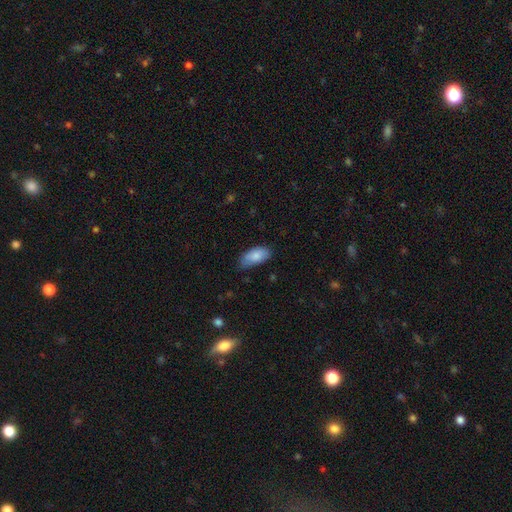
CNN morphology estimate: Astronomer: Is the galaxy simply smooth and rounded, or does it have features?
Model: smooth — 84%.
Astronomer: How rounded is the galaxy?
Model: in between — 91%.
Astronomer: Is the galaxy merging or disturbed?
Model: none — 64%.